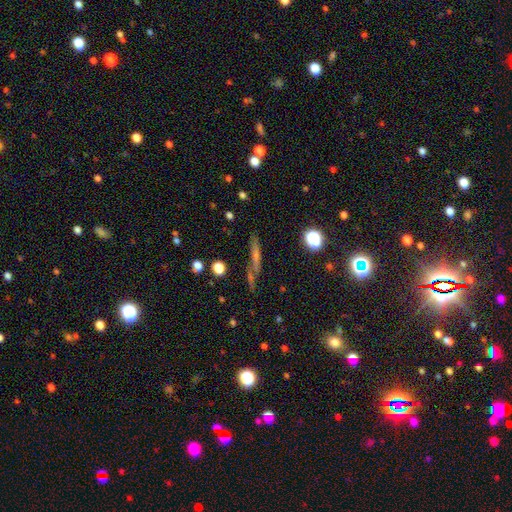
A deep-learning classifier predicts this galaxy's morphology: smooth-or-featured: featured or disk: 42% | smooth: 37% | star or artifact: 21%
  merging: none: 72% | minor disturbance: 15% | merger: 7% | major disturbance: 6%